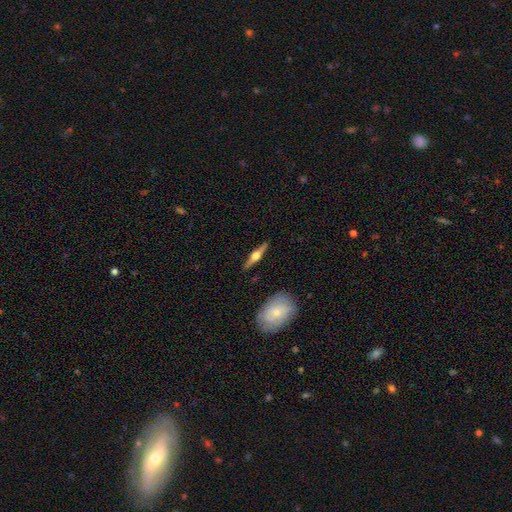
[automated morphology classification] Smooth or featured?
  - featured or disk: 76% *
  - smooth: 19%
  - star or artifact: 5%
Edge-on disk?
  - yes: 97% *
  - no: 3%
Edge-on bulge?
  - rounded: 95% *
  - boxy: 4%
  - none: 2%
Merging?
  - none: 90% *
  - minor disturbance: 7%
  - merger: 2%
  - major disturbance: 2%